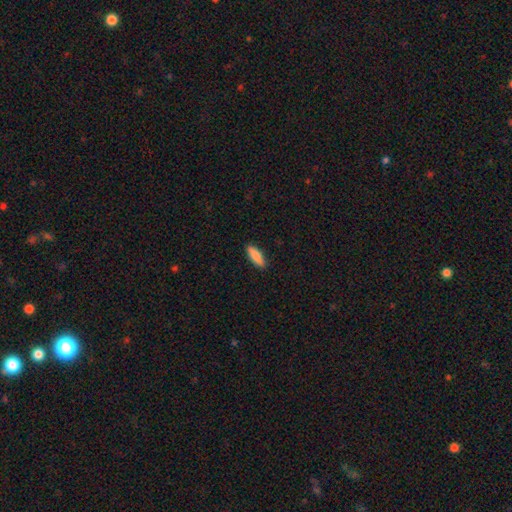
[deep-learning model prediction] A smooth galaxy with no disk features (85%) that is in between round and cigar-shaped (52%). Merging: none (89%).